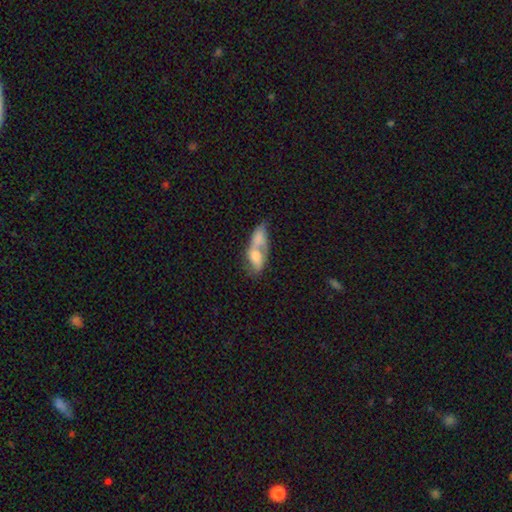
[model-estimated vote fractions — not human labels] Smooth or featured?
  - smooth: 62% *
  - featured or disk: 30%
  - star or artifact: 7%
How rounded?
  - in between: 79% *
  - cigar-shaped: 11%
  - round: 9%
Merging?
  - merger: 69% *
  - none: 15%
  - minor disturbance: 8%
  - major disturbance: 8%